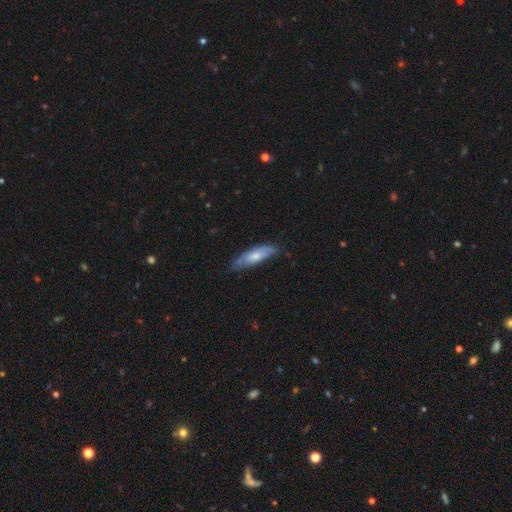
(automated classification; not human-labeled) smooth 56%, featured or disk 38%, star or artifact 6%. Down the decision tree: how rounded — cigar-shaped (53%); merging — none (62%).